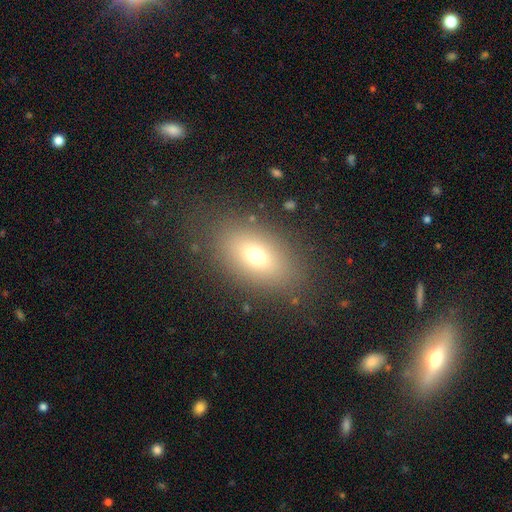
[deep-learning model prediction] smooth_or_featured: smooth (p=0.69) [alt: featured or disk p=0.16]
how_rounded: in between (p=0.82) [alt: round p=0.14]
merging: none (p=0.82) [alt: minor disturbance p=0.10]